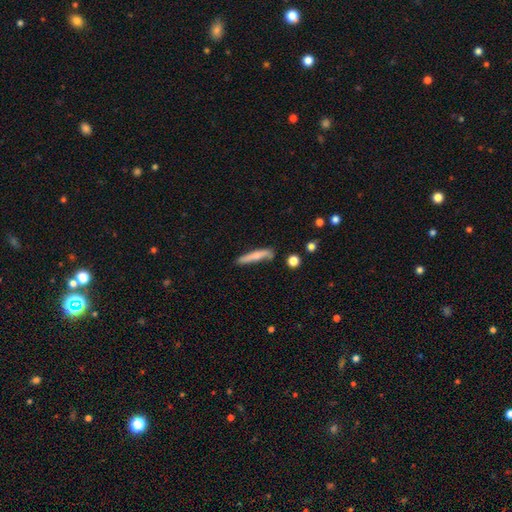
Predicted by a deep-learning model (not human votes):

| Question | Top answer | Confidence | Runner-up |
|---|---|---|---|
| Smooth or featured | smooth | 67% | featured or disk (27%) |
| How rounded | cigar-shaped | 90% | in between (8%) |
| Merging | none | 68% | minor disturbance (22%) |